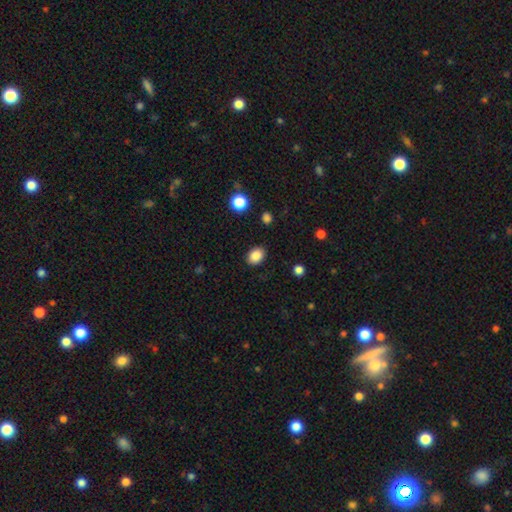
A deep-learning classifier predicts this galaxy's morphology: smooth_or_featured: smooth (p=0.87) [alt: star or artifact p=0.09]
how_rounded: in between (p=0.69) [alt: round p=0.30]
merging: none (p=0.88) [alt: minor disturbance p=0.09]